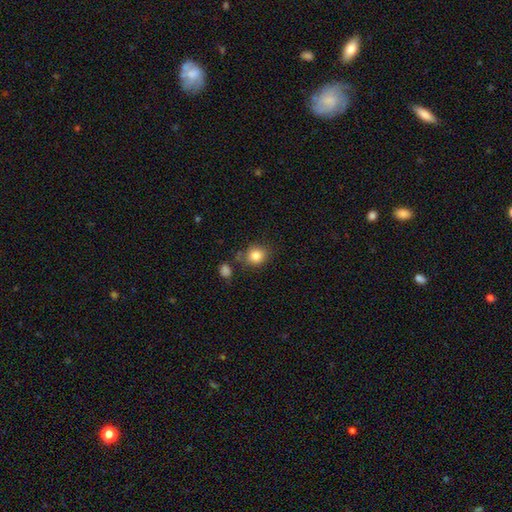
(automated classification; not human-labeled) A smooth galaxy with no disk features (84%) that is round (76%). Merging: none (76%).